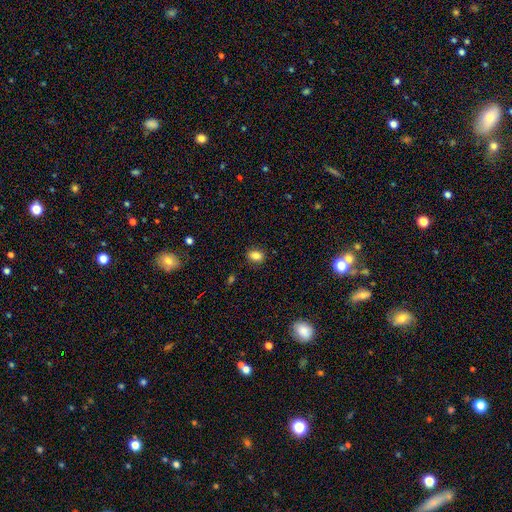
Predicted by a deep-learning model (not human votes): smooth_or_featured: smooth (p=0.85) [alt: star or artifact p=0.10]
how_rounded: in between (p=0.72) [alt: round p=0.26]
merging: none (p=0.87) [alt: minor disturbance p=0.10]